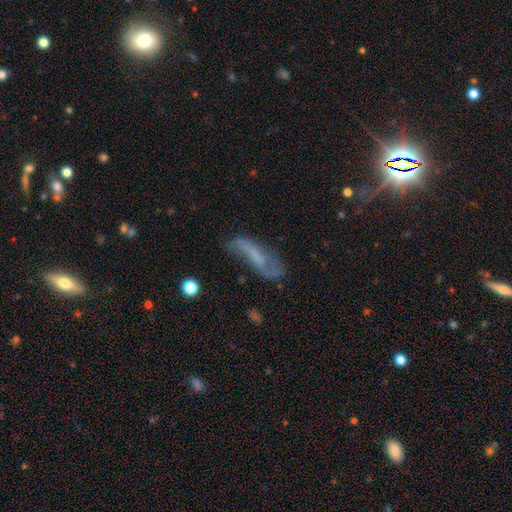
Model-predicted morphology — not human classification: featured or disk 55%, smooth 33%, star or artifact 12%. Down the decision tree: edge-on disk — no (82%); merging — none (48%).